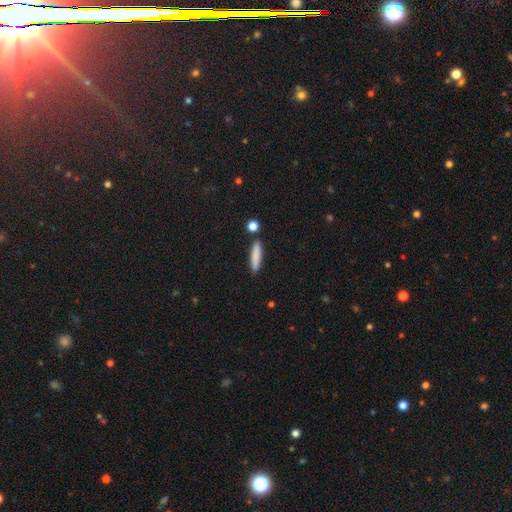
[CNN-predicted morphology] This is clearly a smooth galaxy (84%). How rounded: clearly cigar-shaped (81%). Merging: clearly none (85%).